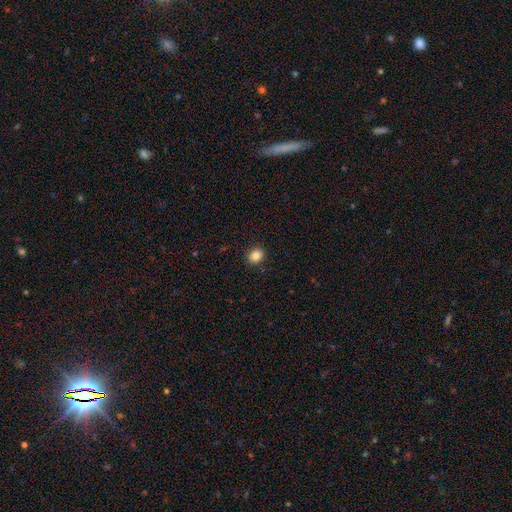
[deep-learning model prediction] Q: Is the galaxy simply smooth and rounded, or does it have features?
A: smooth — 85%.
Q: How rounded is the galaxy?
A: round — 57%.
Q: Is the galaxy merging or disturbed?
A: none — 89%.